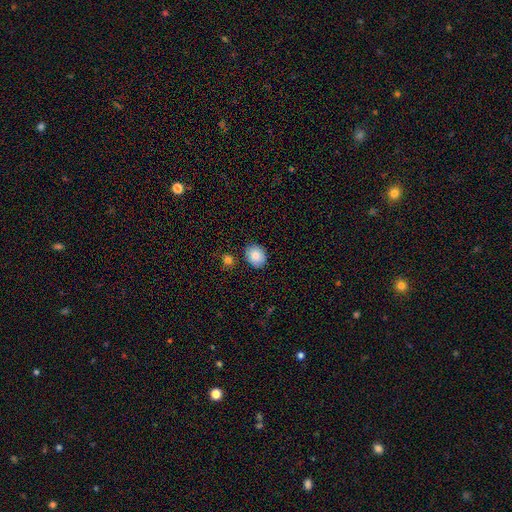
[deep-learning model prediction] A smooth galaxy with no disk features (87%) that is round (54%).

Vote fractions:
- Smooth or featured? smooth: 87% / star or artifact: 8% / featured or disk: 6%
- How rounded? round: 54% / in between: 45% / cigar-shaped: 1%
- Merging? none: 82% / minor disturbance: 12% / merger: 4% / major disturbance: 3%